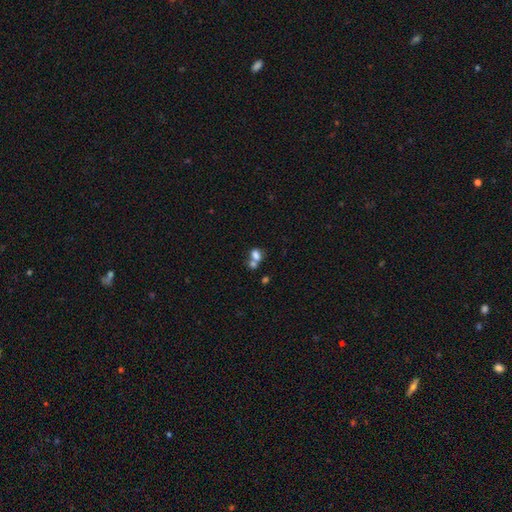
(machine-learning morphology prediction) Overall: smooth (75%). How rounded: in between (71%). Merging: merger (58%; none 28%).